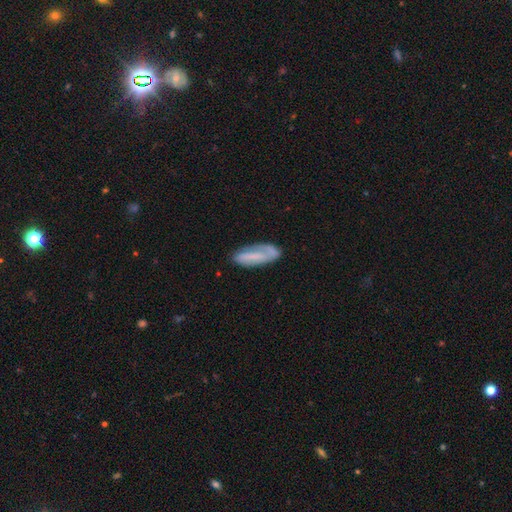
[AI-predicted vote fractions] This appears to be a smooth galaxy with no disk features (50%) that is in between round and cigar-shaped (61%). Merging: none (63%).